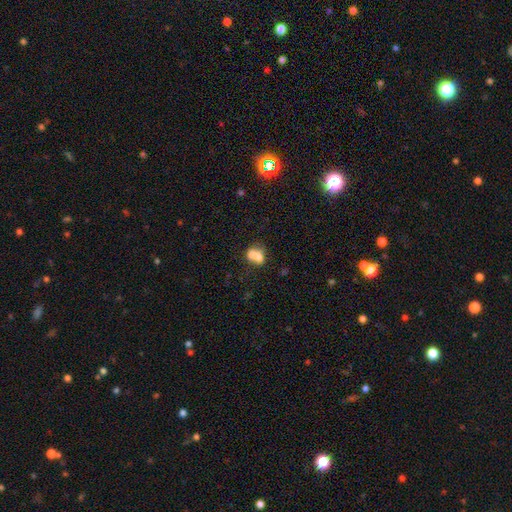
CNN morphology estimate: A smooth galaxy with no disk features (66%) that is round (57%).

Vote fractions:
- Smooth or featured? smooth: 66% / featured or disk: 24% / star or artifact: 10%
- How rounded? round: 57% / in between: 42% / cigar-shaped: 1%
- Merging? merger: 67% / none: 22% / minor disturbance: 7% / major disturbance: 4%